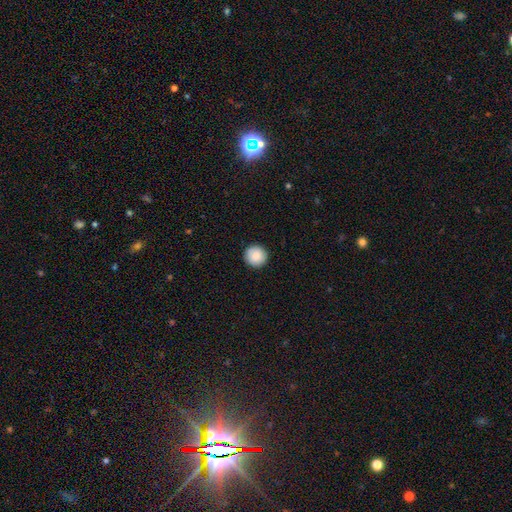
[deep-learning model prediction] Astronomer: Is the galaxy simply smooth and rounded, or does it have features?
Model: smooth — 88%.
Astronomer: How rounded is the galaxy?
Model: round — 96%.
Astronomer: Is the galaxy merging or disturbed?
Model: none — 92%.